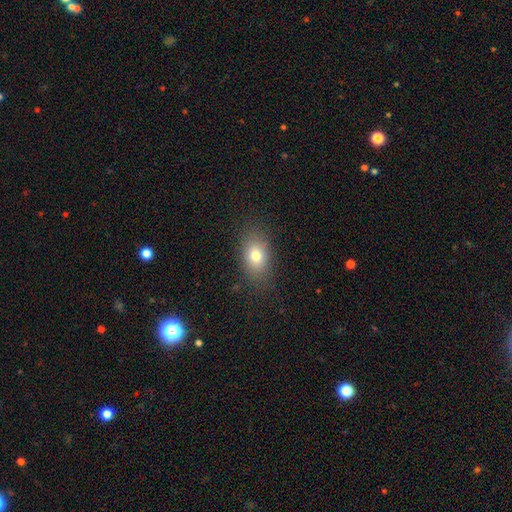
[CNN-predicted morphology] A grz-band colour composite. It shows a smooth galaxy with no disk features (78%) that is in between round and cigar-shaped (81%). Merging: none (84%).